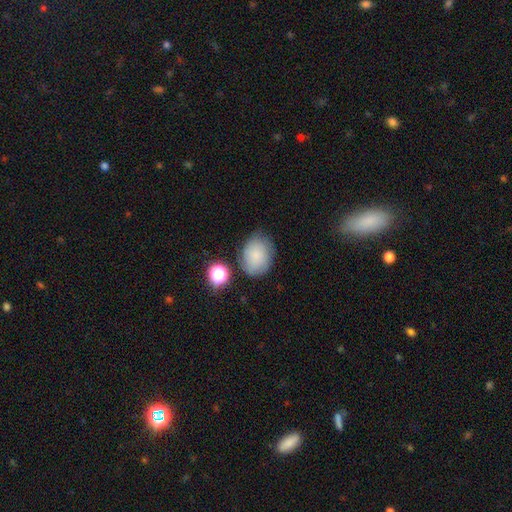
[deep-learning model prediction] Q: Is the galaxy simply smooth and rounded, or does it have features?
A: smooth — 74%.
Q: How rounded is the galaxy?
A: in between — 52%.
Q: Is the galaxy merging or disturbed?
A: none — 71%.